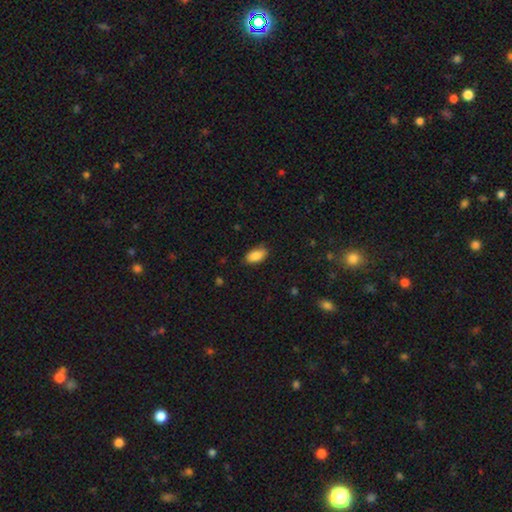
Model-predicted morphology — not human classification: Q: Smooth or featured?
A: smooth (87%); runner-up: star or artifact (7%)
Q: How rounded?
A: in between (93%); runner-up: round (4%)
Q: Merging?
A: none (81%); runner-up: minor disturbance (15%)